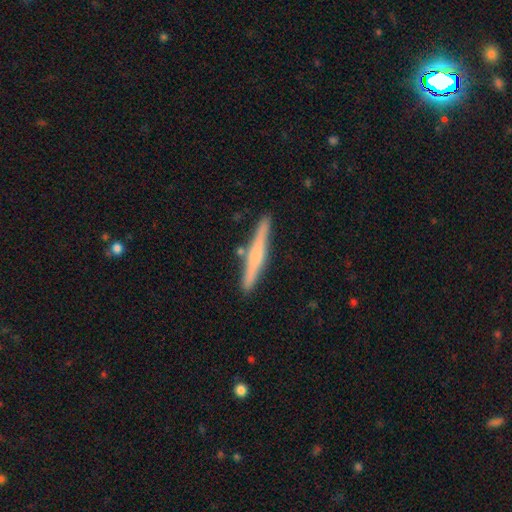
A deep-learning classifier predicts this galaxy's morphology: This is possibly a featured or disk galaxy (51%). It is clearly viewed edge-on (97%). Merging: clearly none (87%).